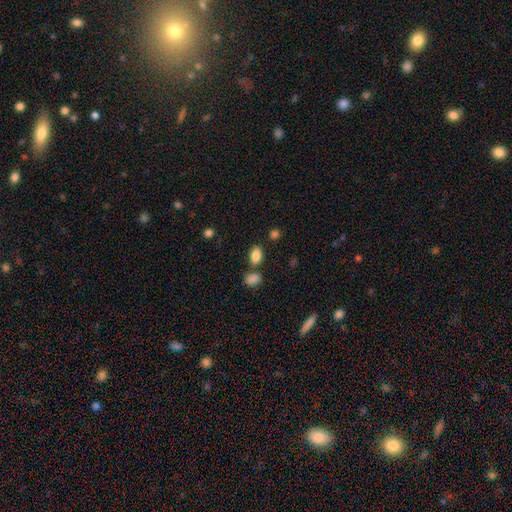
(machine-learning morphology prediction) Smooth or featured? smooth (85%)
How rounded? in between (84%)
Merging? none (71%)